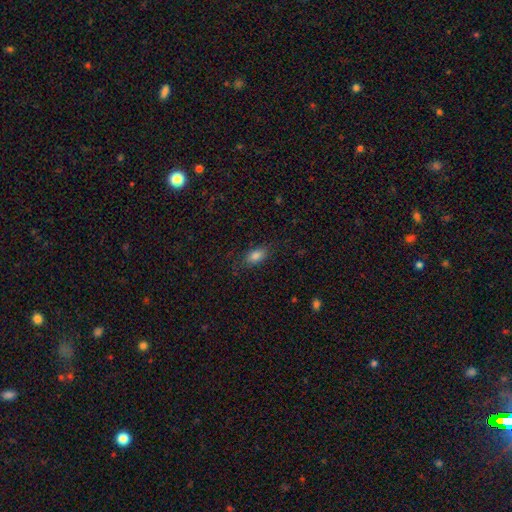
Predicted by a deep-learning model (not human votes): smooth_or_featured: smooth (p=0.83) [alt: star or artifact p=0.09]
how_rounded: in between (p=0.88) [alt: cigar-shaped p=0.07]
merging: none (p=0.79) [alt: minor disturbance p=0.15]